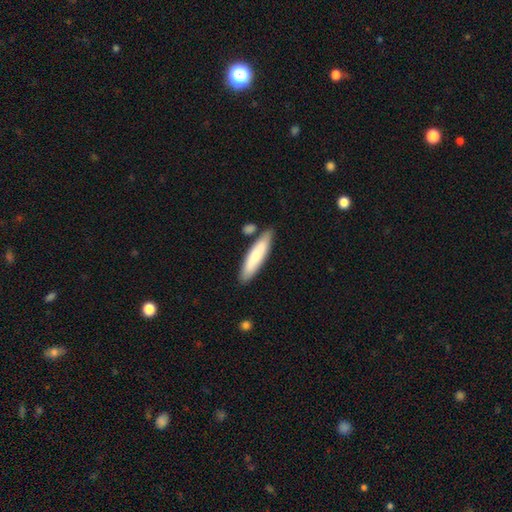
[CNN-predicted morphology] Smooth or featured? smooth (71%)
How rounded? cigar-shaped (75%)
Merging? none (78%)